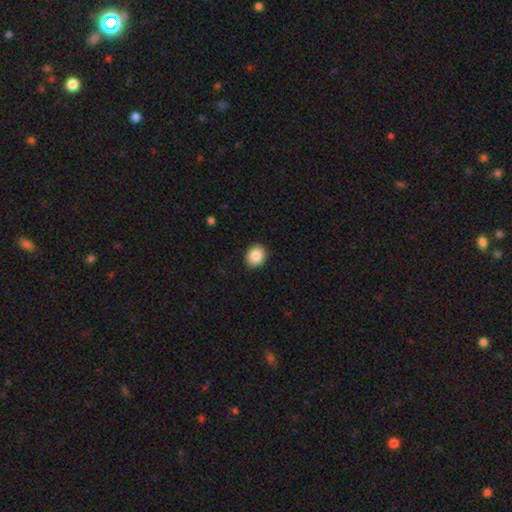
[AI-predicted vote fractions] Q: Smooth or featured?
A: smooth (87%); runner-up: star or artifact (8%)
Q: How rounded?
A: round (63%); runner-up: in between (36%)
Q: Merging?
A: none (91%); runner-up: minor disturbance (6%)